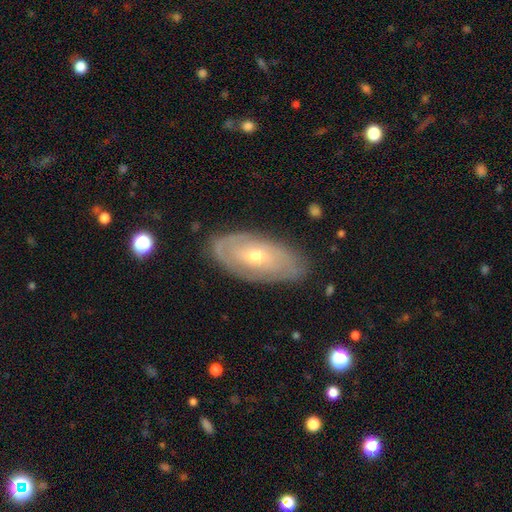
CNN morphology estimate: A featured or disk galaxy (70%) with no bar (73%), spiral arms (70%) and a small central bulge (49%).

Vote fractions:
- Smooth or featured? featured or disk: 70% / smooth: 24% / star or artifact: 6%
- Edge-on disk? no: 88% / yes: 12%
- Bar? no: 73% / weak: 21% / strong: 5%
- Spiral arms? yes: 70% / no: 30%
- Bulge size? small: 49% / moderate: 48% / large: 2% / none: 1% / dominant: 1%
- Merging? none: 81% / minor disturbance: 14% / major disturbance: 4% / merger: 1%